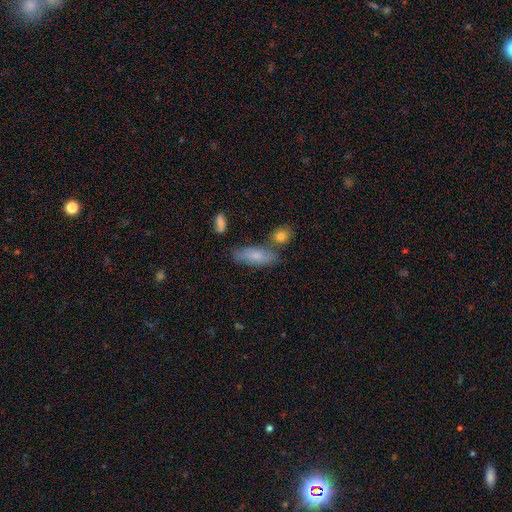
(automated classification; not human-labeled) smooth 70%, featured or disk 22%, star or artifact 7%. Down the decision tree: how rounded — in between (68%); merging — none (62%).